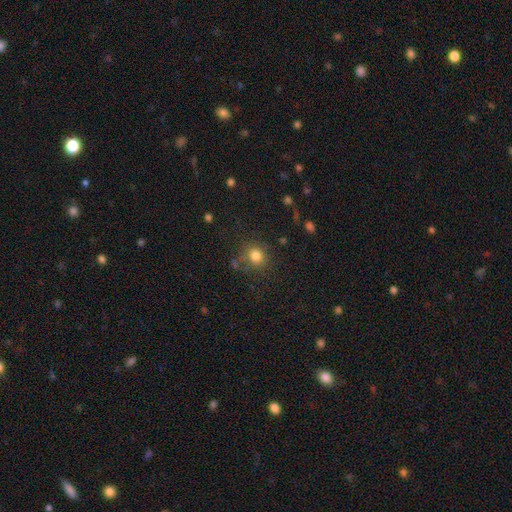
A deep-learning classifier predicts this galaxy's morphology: This appears to be a smooth galaxy with no disk features (80%) that is round (80%). Merging: none (74%).